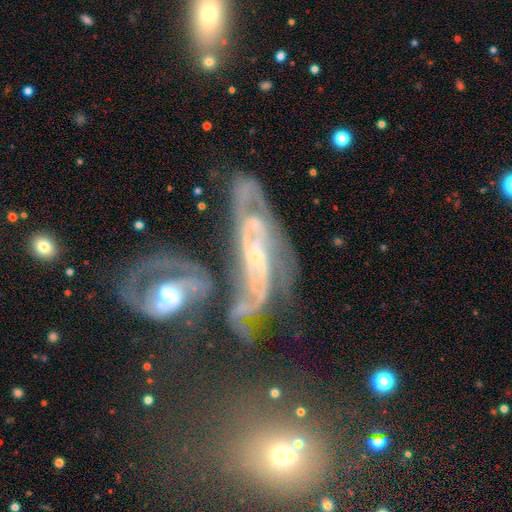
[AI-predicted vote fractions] smooth_or_featured: featured or disk (p=0.82) [alt: star or artifact p=0.09]
disk_edge_on: no (p=0.86) [alt: yes p=0.14]
bar: no (p=0.41) [alt: weak p=0.36]
has_spiral_arms: yes (p=0.91) [alt: no p=0.09]
spiral_winding: medium (p=0.43) [tied with: tight p=0.43]
spiral_arm_count: 2 (p=0.42) [alt: can't tell p=0.28]
bulge_size: small (p=0.53) [alt: moderate p=0.29]
merging: none (p=0.37) [alt: merger p=0.32]